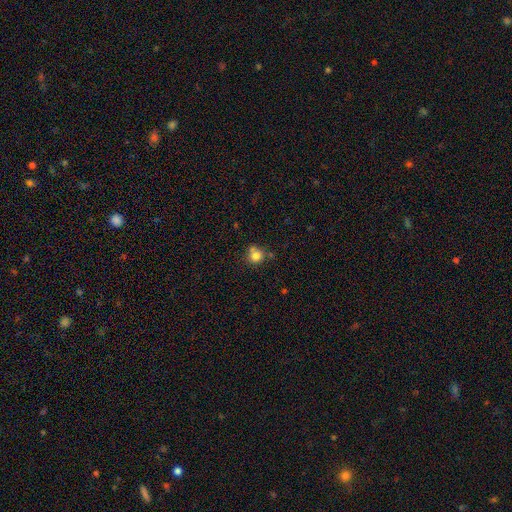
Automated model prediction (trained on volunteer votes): Smooth or featured? Predicted: smooth (p=0.80). How rounded? Predicted: round (p=0.87). Merging? Predicted: none (p=0.60).